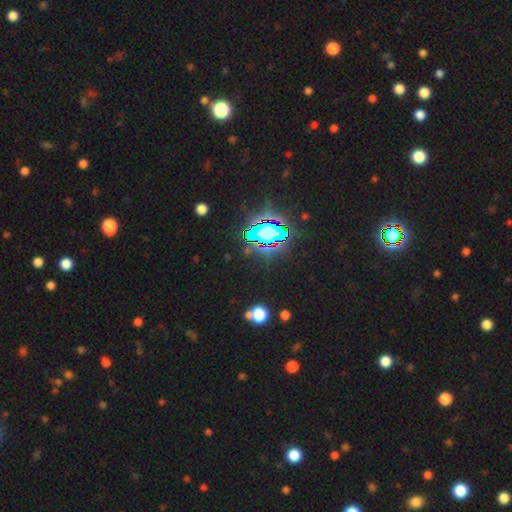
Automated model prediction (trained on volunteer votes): Overall: star or artifact (84%).